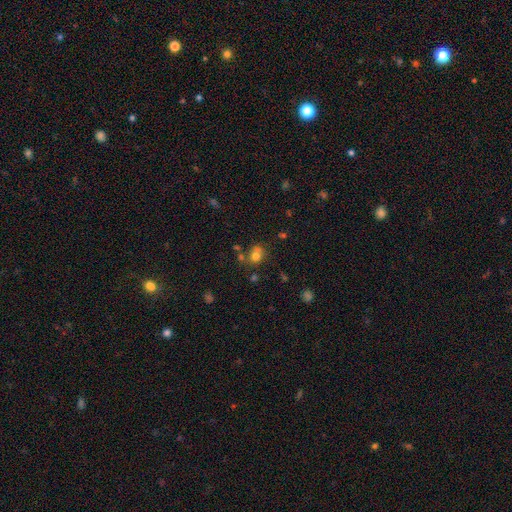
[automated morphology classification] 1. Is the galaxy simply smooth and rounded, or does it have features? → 74% smooth, 15% star or artifact, 11% featured or disk.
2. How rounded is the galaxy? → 68% round, 31% in between, 1% cigar-shaped.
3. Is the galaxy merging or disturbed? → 57% none, 18% merger, 18% minor disturbance, 7% major disturbance.